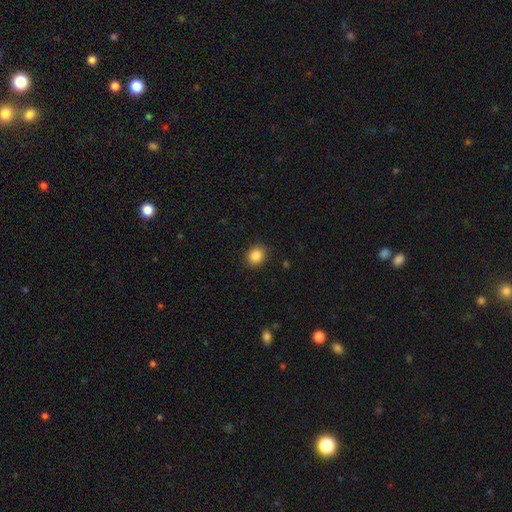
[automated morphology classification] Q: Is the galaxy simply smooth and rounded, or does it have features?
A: smooth — 86%.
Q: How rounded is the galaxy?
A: round — 61%.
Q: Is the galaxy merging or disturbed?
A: none — 88%.